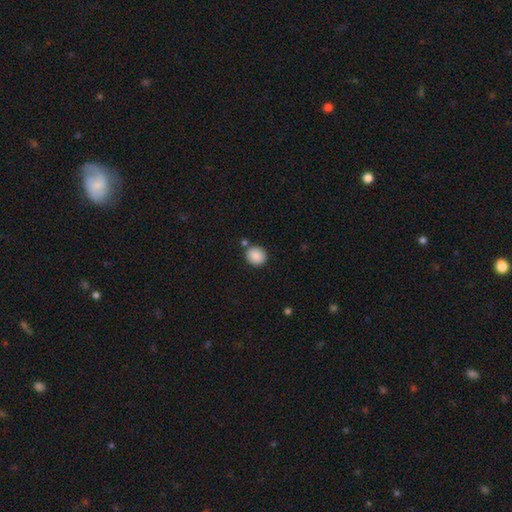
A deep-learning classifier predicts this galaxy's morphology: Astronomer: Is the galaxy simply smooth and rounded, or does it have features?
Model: smooth — 88%.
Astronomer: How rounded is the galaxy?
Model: round — 83%.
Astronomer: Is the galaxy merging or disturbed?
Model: none — 80%.